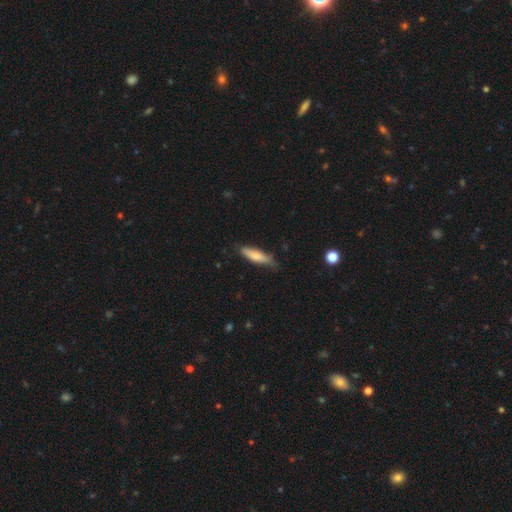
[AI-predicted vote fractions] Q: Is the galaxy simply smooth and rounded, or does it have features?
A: smooth — 73%.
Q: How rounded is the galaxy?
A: cigar-shaped — 63%.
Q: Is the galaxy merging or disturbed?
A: none — 66%.